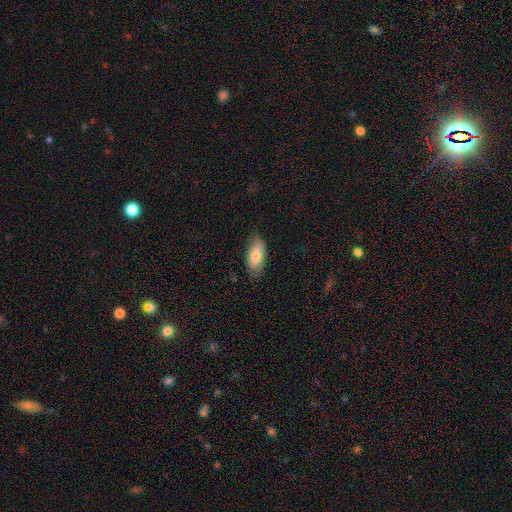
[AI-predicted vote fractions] The model was most divided on "merging": none: 73%, minor disturbance: 21%, major disturbance: 5%, merger: 1%. More confident: how rounded — in between (88%); smooth or featured — smooth (77%).